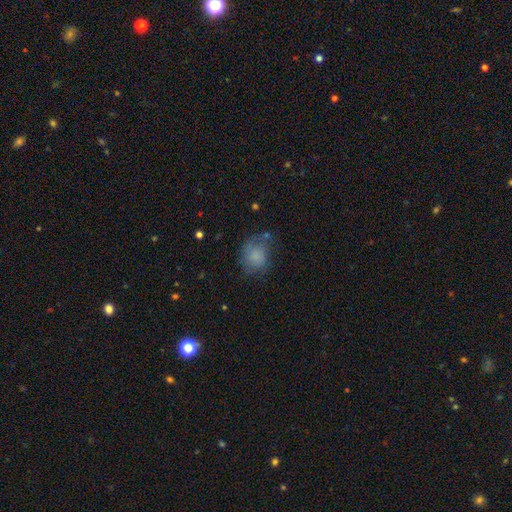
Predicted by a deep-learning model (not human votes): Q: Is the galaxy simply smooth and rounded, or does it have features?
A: smooth — 72%.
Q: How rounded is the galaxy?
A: round — 65%.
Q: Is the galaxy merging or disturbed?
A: none — 51%.